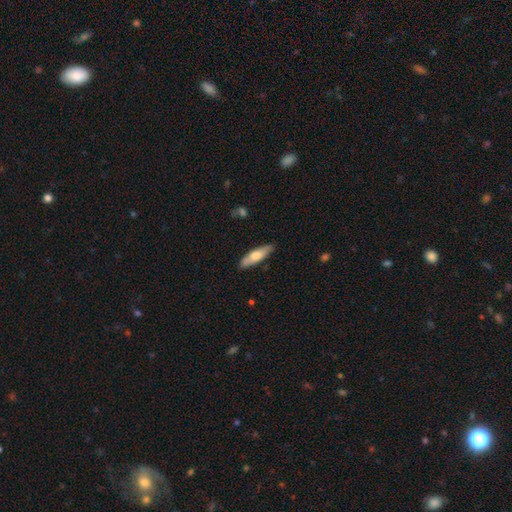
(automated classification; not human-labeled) Smooth or featured? smooth (67%)
How rounded? cigar-shaped (62%)
Merging? none (85%)